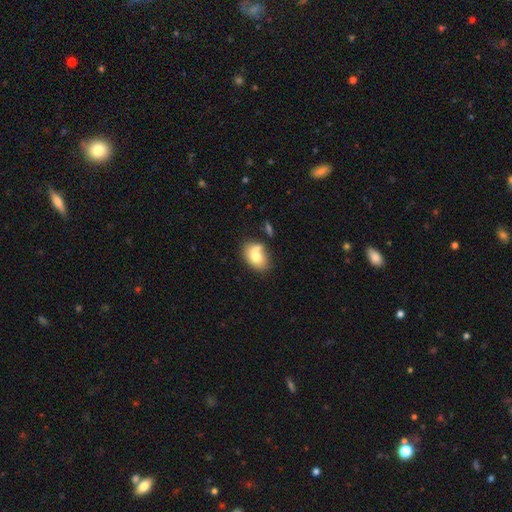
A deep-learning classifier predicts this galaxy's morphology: This appears to be a smooth galaxy with no disk features (72%) that is in between round and cigar-shaped (78%). Merging: none (47%).